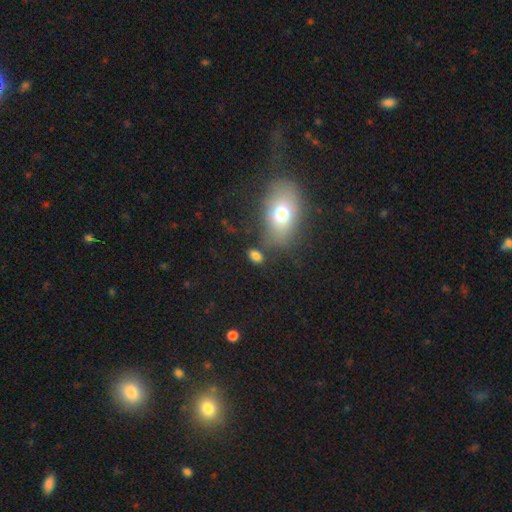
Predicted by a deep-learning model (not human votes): The model was most divided on "merging": none: 70%, minor disturbance: 14%, merger: 10%, major disturbance: 6%. More confident: how rounded — in between (83%); smooth or featured — smooth (77%).